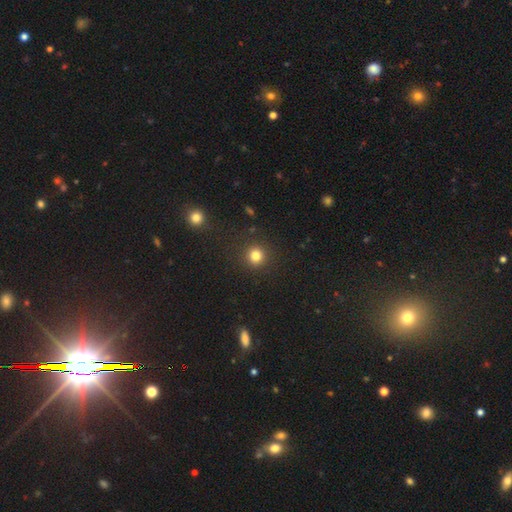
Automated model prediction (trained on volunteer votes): This is clearly a smooth galaxy (81%). How rounded: clearly round (93%). Merging: clearly none (89%).